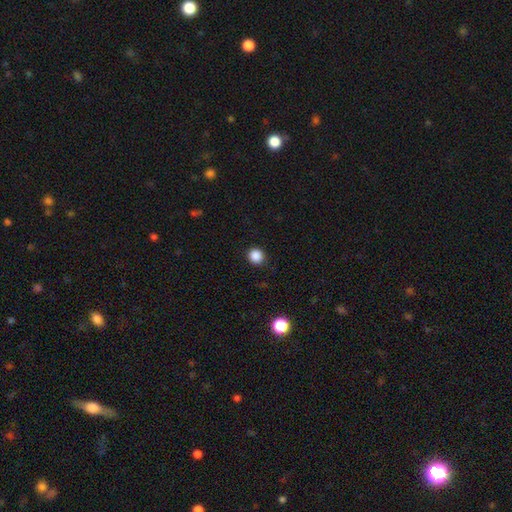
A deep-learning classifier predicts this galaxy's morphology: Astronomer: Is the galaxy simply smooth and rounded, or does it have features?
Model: smooth — 87%.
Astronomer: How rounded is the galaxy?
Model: round — 90%.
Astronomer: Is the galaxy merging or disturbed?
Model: none — 91%.